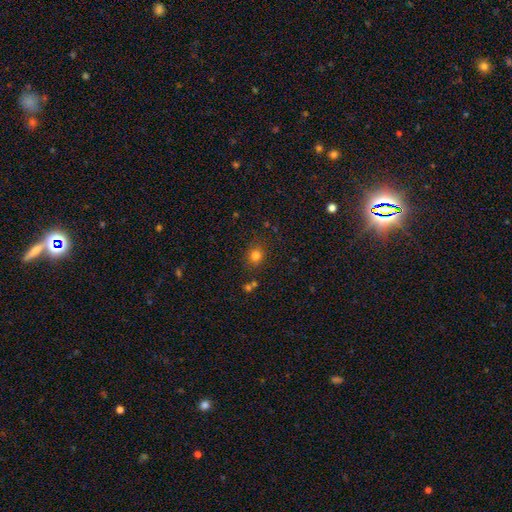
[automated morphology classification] A smooth galaxy with no disk features (79%) that is round (77%). Merging: none (79%).